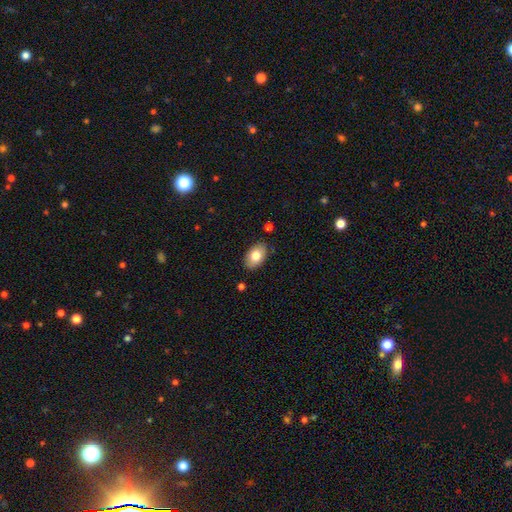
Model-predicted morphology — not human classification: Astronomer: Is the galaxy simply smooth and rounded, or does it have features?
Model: smooth — 79%.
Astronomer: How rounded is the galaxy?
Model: in between — 90%.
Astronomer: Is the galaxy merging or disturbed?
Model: none — 85%.